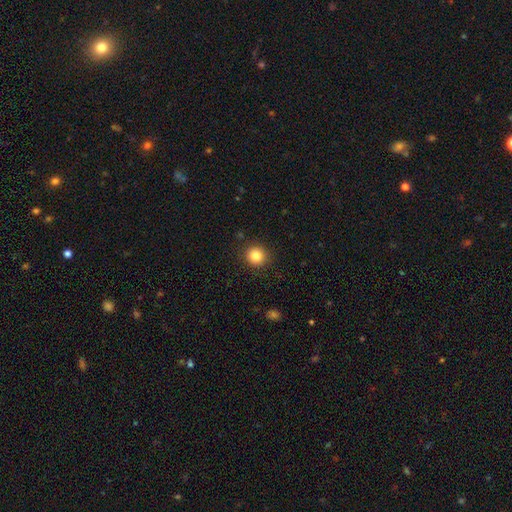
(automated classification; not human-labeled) Smooth or featured?
  - smooth: 84% *
  - star or artifact: 11%
  - featured or disk: 5%
How rounded?
  - round: 93% *
  - in between: 6%
  - cigar-shaped: 1%
Merging?
  - none: 91% *
  - minor disturbance: 6%
  - major disturbance: 2%
  - merger: 1%